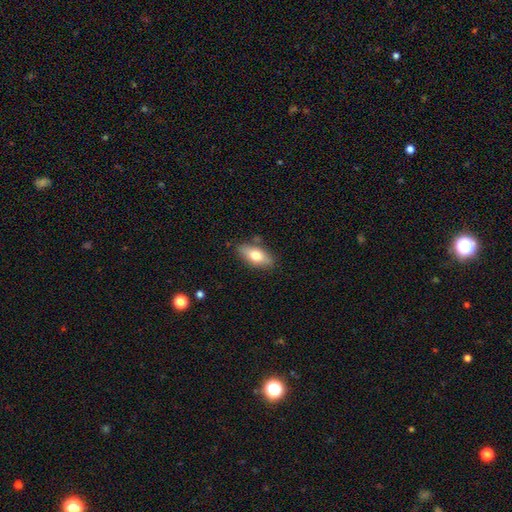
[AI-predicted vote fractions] Smooth or featured? Predicted: smooth (p=0.71). How rounded? Predicted: in between (p=0.83). Merging? Predicted: none (p=0.81).